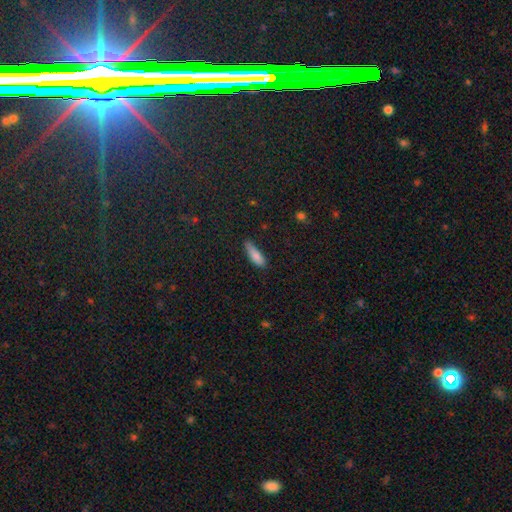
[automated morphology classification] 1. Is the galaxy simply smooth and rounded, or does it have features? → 83% smooth, 9% featured or disk, 8% star or artifact.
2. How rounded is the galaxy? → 54% cigar-shaped, 44% in between, 2% round.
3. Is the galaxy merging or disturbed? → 63% none, 28% minor disturbance, 6% major disturbance, 2% merger.